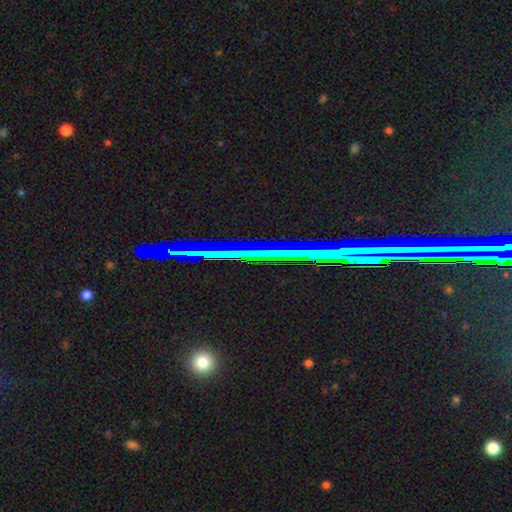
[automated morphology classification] This appears to be a star or artifact, not a galaxy (77%).